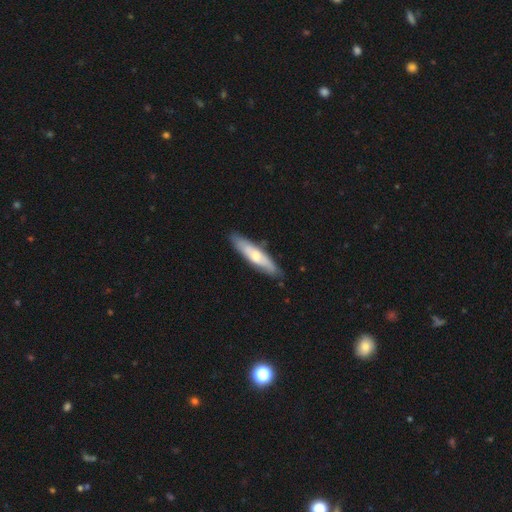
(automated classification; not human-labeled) Smooth or featured?
  - smooth: 55% *
  - featured or disk: 40%
  - star or artifact: 5%
How rounded?
  - cigar-shaped: 78% *
  - in between: 21%
  - round: 1%
Merging?
  - none: 83% *
  - minor disturbance: 13%
  - major disturbance: 2%
  - merger: 2%